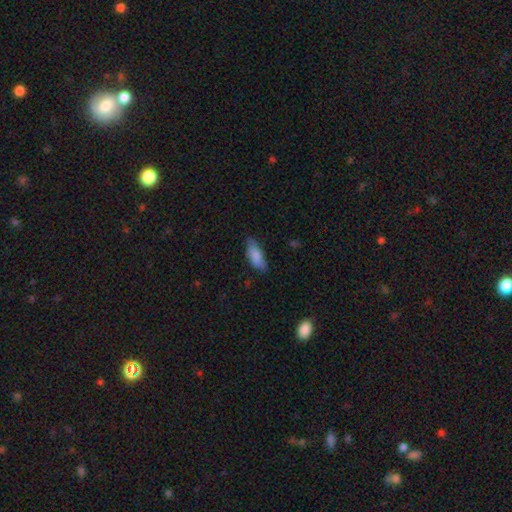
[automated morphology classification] Smooth or featured? Predicted: smooth (p=0.83). How rounded? Predicted: in between (p=0.70). Merging? Predicted: none (p=0.70).